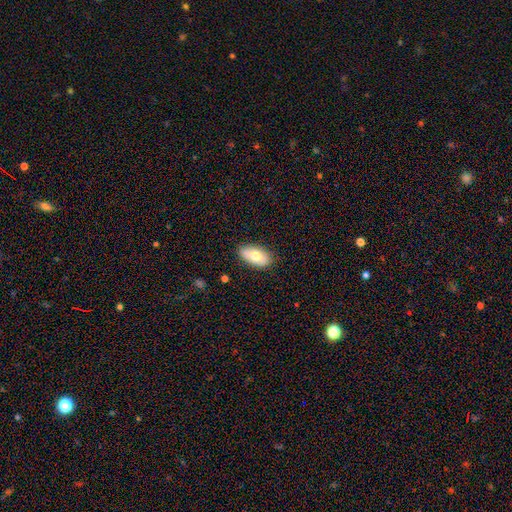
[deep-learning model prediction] Overall: smooth (69%). How rounded: in between (93%). Merging: none (81%).